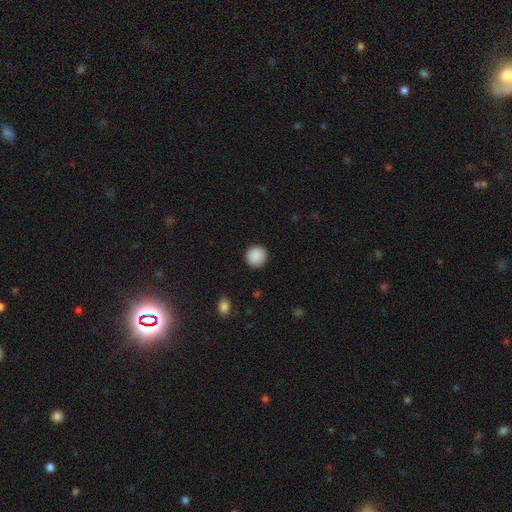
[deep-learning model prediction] smooth 90%, star or artifact 8%, featured or disk 3%. Down the decision tree: how rounded — round (93%); merging — none (90%).